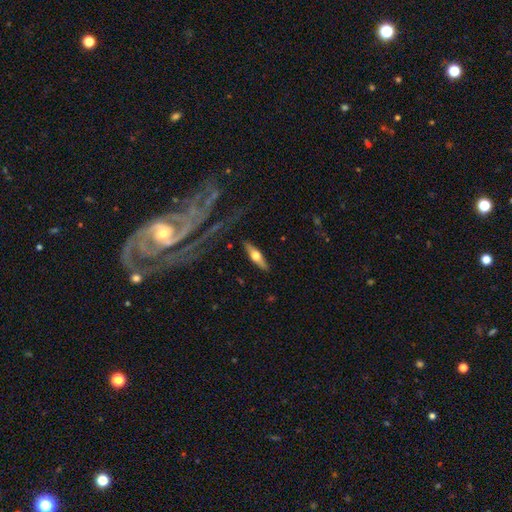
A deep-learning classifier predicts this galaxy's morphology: This appears to be a featured or disk galaxy (53%) viewed edge-on (90%). Merging: none (87%).